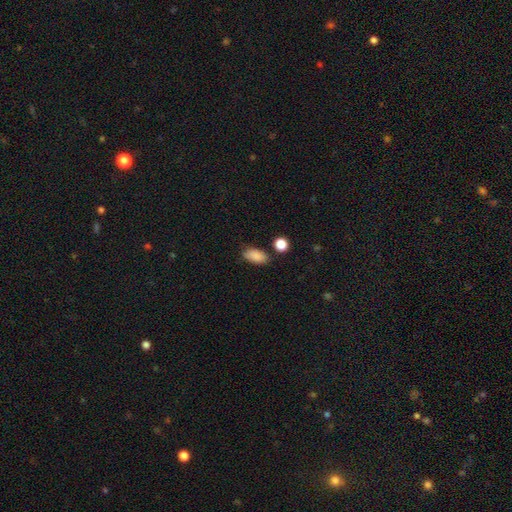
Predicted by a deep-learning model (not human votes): smooth_or_featured: smooth (p=0.87) [alt: star or artifact p=0.08]
how_rounded: in between (p=0.91) [alt: round p=0.06]
merging: none (p=0.77) [alt: minor disturbance p=0.15]